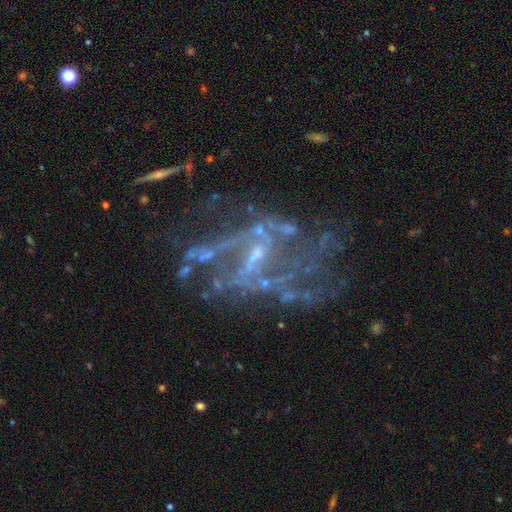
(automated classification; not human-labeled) Smooth or featured? Predicted: featured or disk (p=0.82). Edge-on disk? Predicted: no (p=0.96). Bar? Predicted: weak (p=0.46). Spiral arms? Predicted: yes (p=0.71). Spiral winding? Predicted: loose (p=0.47). Spiral arm count? Predicted: can't tell (p=0.38). Bulge size? Predicted: small (p=0.57). Merging? Predicted: none (p=0.45).